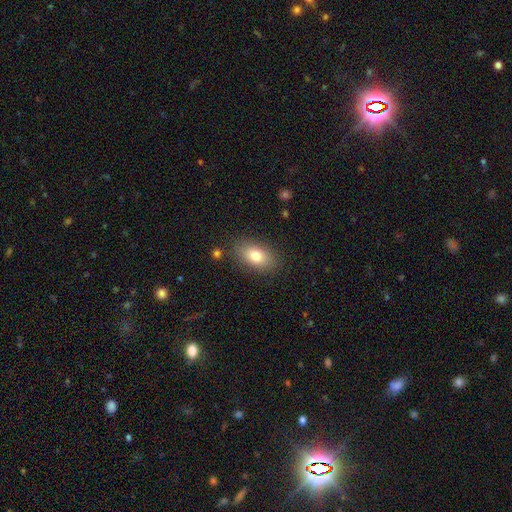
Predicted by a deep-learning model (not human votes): smooth 79%, featured or disk 13%, star or artifact 8%. Down the decision tree: how rounded — in between (88%); merging — none (84%).